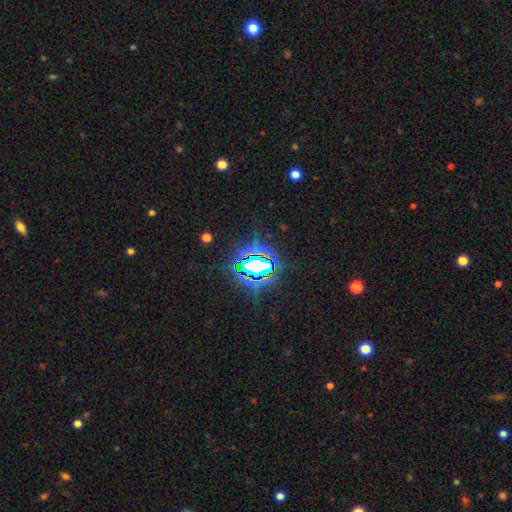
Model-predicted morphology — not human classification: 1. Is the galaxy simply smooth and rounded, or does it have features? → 84% star or artifact, 9% smooth, 7% featured or disk.